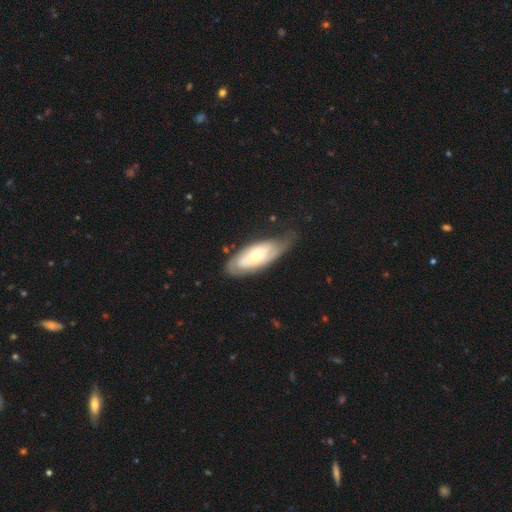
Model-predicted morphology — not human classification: Overall: featured or disk (62%; smooth 33%). Edge-on disk: no (85%). Bar: no (74%). Spiral arms: yes (72%). Bulge size: moderate (61%; small 29%). Merging: none (54%; minor disturbance 31%).